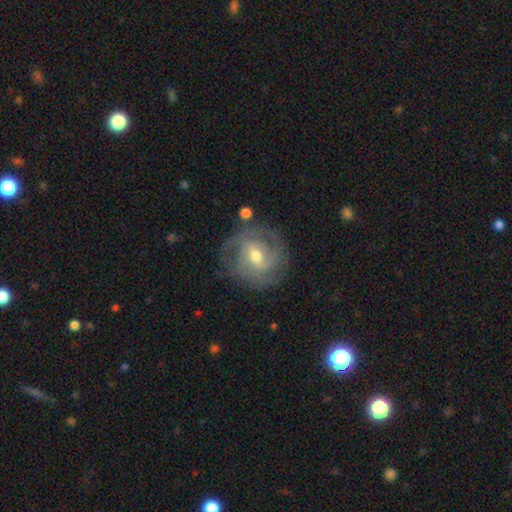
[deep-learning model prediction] Overall: featured or disk (80%). Edge-on disk: no (97%). Bar: weak (52%; no 25%). Spiral arms: yes (90%). Spiral arm count: 2 (39%; can't tell 25%). Spiral winding: tight (42%, tied with medium). Bulge size: moderate (63%; small 33%). Merging: none (75%).